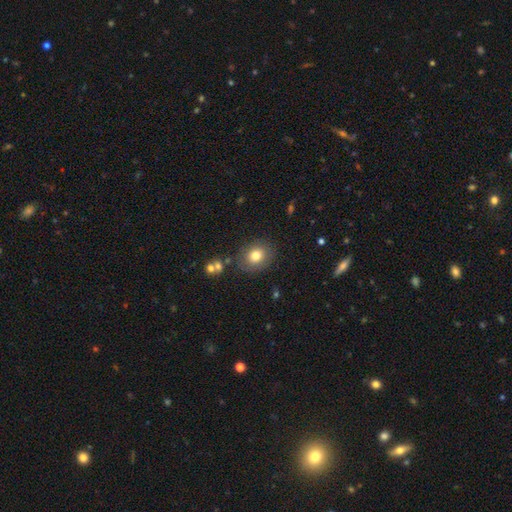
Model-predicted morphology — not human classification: A smooth galaxy with no disk features (77%) that is round (60%).

Vote fractions:
- Smooth or featured? smooth: 77% / featured or disk: 13% / star or artifact: 10%
- How rounded? round: 60% / in between: 39% / cigar-shaped: 1%
- Merging? none: 82% / minor disturbance: 11% / major disturbance: 4% / merger: 3%